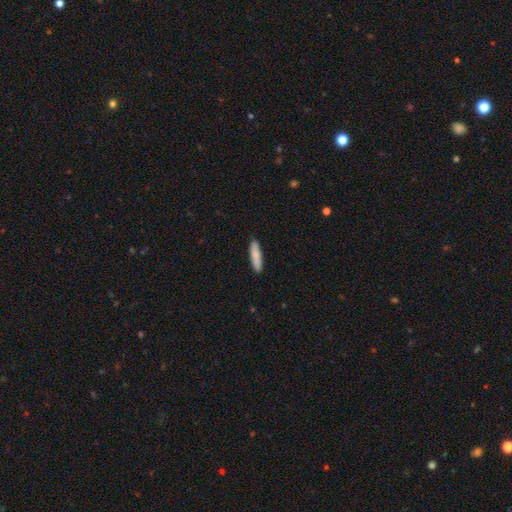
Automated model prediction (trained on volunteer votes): A smooth galaxy with no disk features (84%) that is cigar-shaped (80%).

Vote fractions:
- Smooth or featured? smooth: 84% / featured or disk: 10% / star or artifact: 5%
- How rounded? cigar-shaped: 80% / in between: 19% / round: 1%
- Merging? none: 90% / minor disturbance: 7% / major disturbance: 1% / merger: 1%